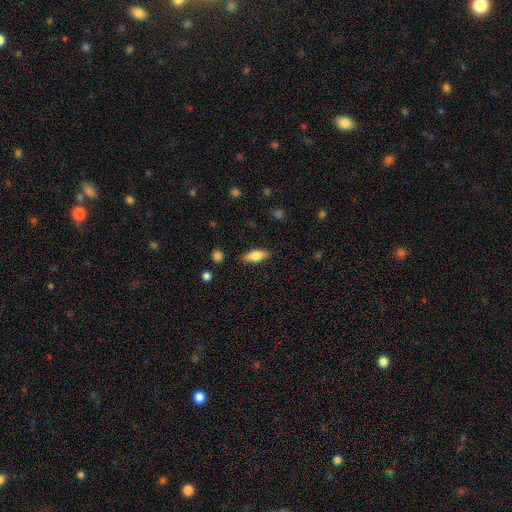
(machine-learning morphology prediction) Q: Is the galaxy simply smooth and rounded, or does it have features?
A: smooth — 67%.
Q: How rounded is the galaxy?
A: in between — 68%.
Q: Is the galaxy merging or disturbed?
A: none — 87%.